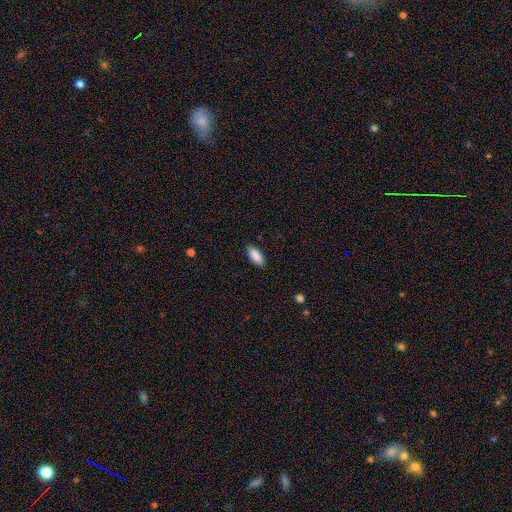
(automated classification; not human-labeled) This appears to be a smooth galaxy with no disk features (90%) that is in between round and cigar-shaped (83%). Merging: none (88%).